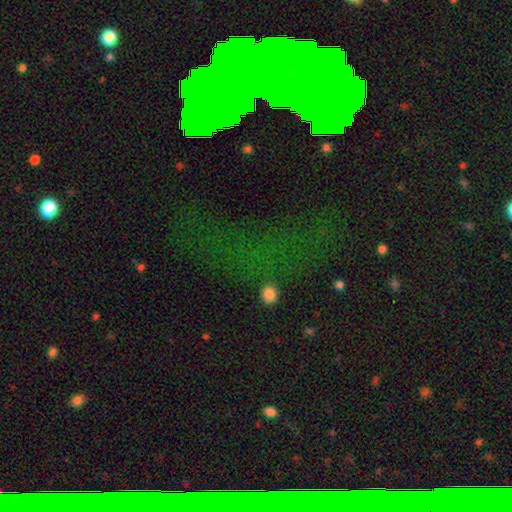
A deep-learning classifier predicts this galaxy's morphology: Smooth or featured? star or artifact (48%)